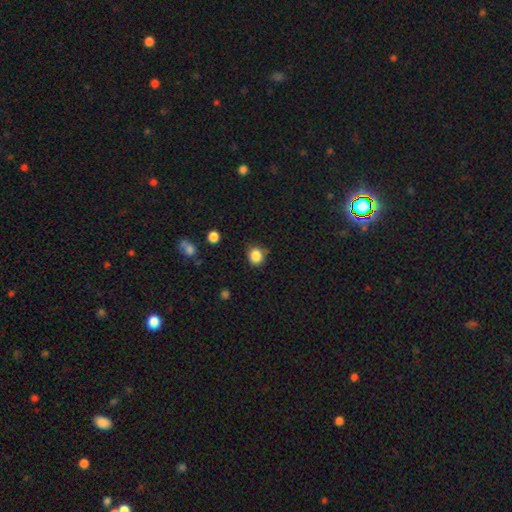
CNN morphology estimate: Q: Smooth or featured?
A: smooth (85%); runner-up: star or artifact (11%)
Q: How rounded?
A: round (78%); runner-up: in between (21%)
Q: Merging?
A: none (77%); runner-up: minor disturbance (16%)